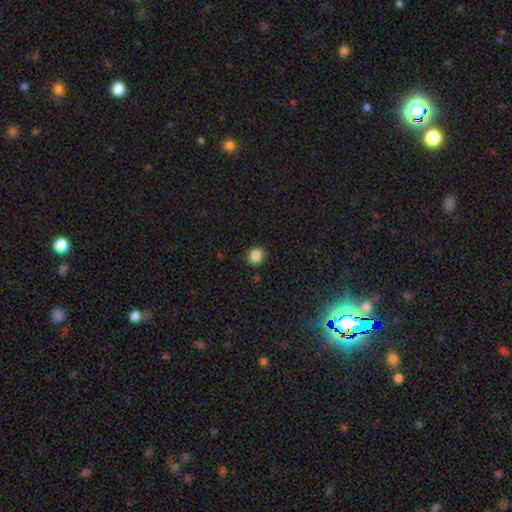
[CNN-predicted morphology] The model was most divided on "how rounded": round: 87%, in between: 12%, cigar-shaped: 1%. More confident: merging — none (90%); smooth or featured — smooth (86%).